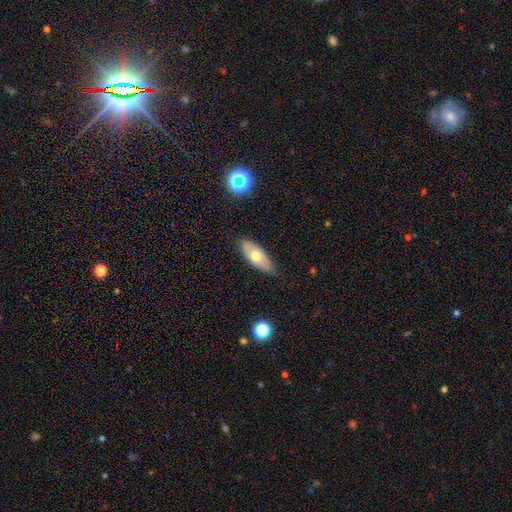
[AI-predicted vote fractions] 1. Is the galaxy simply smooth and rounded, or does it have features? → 62% smooth, 31% featured or disk, 7% star or artifact.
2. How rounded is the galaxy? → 82% in between, 14% cigar-shaped, 3% round.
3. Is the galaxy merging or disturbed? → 78% none, 18% minor disturbance, 3% major disturbance, 1% merger.